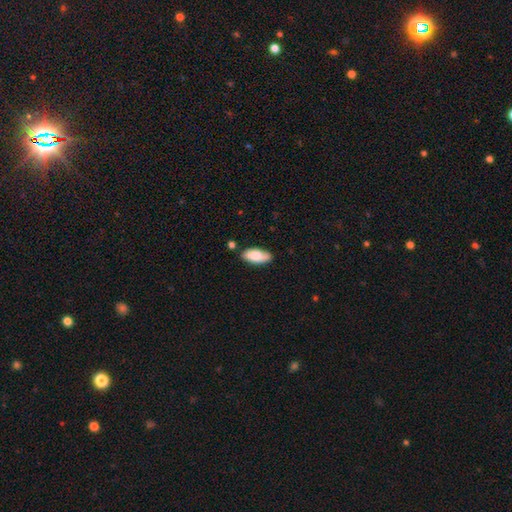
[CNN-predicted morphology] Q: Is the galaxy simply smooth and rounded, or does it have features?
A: smooth — 79%.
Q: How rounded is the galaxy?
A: in between — 88%.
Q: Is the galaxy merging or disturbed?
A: none — 75%.